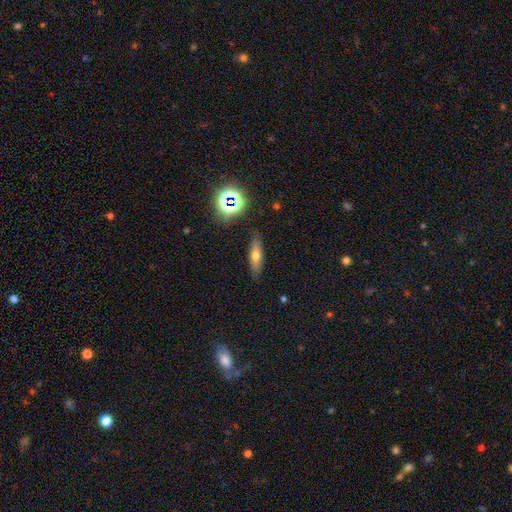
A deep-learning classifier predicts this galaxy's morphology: This appears to be a smooth galaxy with no disk features (55%) that is cigar-shaped (62%). Merging: none (85%).